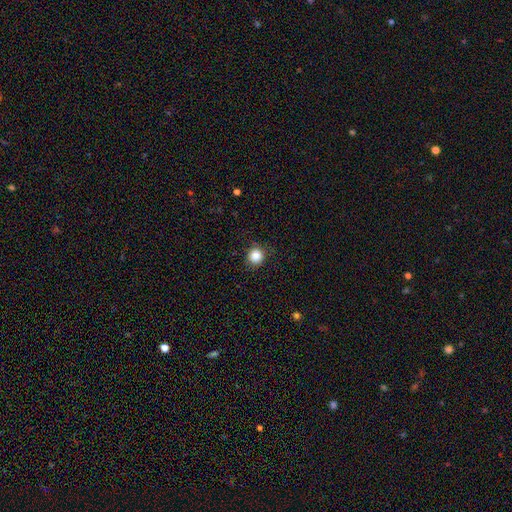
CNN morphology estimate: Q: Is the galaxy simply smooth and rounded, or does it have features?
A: smooth — 86%.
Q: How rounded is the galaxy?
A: round — 92%.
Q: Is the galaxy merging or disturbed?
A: none — 87%.